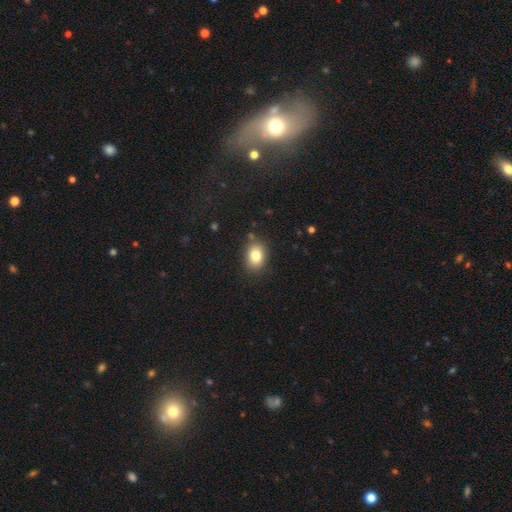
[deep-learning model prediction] Smooth or featured: smooth — 82% (star or artifact — 10%)
How rounded: in between — 63% (round — 36%)
Merging: none — 84% (minor disturbance — 11%)